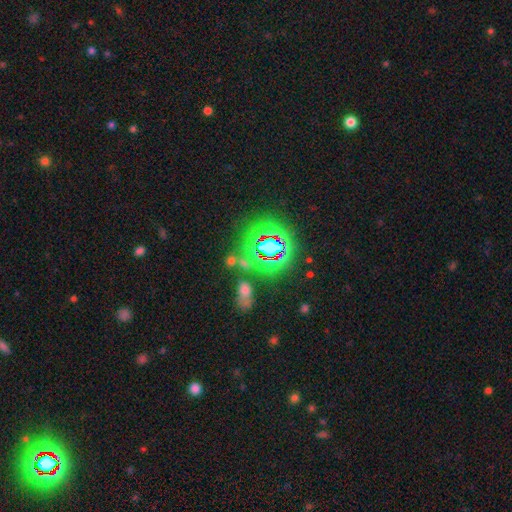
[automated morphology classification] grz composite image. It shows a star or artifact, not a galaxy (79%).